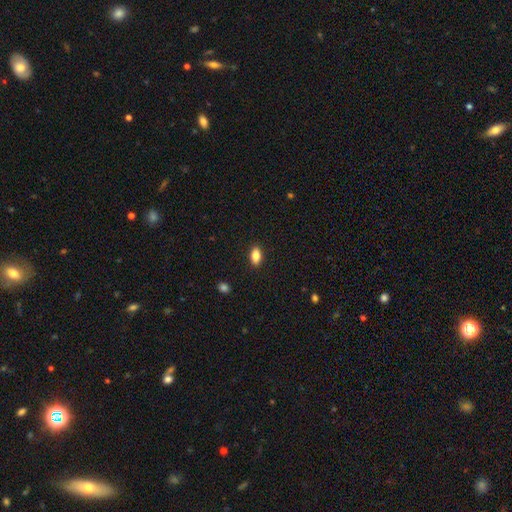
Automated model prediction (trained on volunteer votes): Q: Smooth or featured?
A: smooth (85%); runner-up: star or artifact (8%)
Q: How rounded?
A: in between (89%); runner-up: round (6%)
Q: Merging?
A: none (89%); runner-up: minor disturbance (8%)